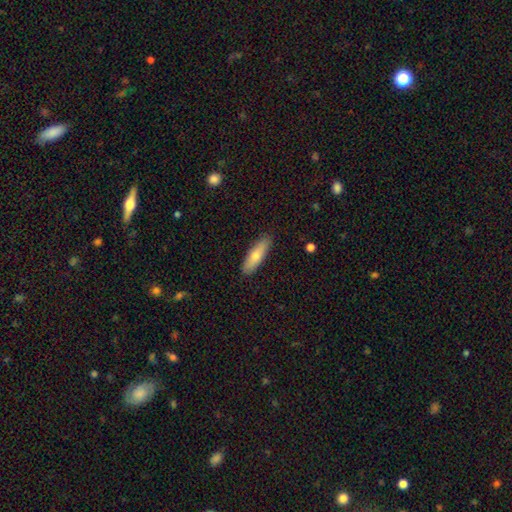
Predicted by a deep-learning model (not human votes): Smooth or featured?
  - smooth: 69% *
  - featured or disk: 25%
  - star or artifact: 6%
How rounded?
  - cigar-shaped: 58% *
  - in between: 40%
  - round: 2%
Merging?
  - none: 88% *
  - minor disturbance: 9%
  - major disturbance: 2%
  - merger: 1%